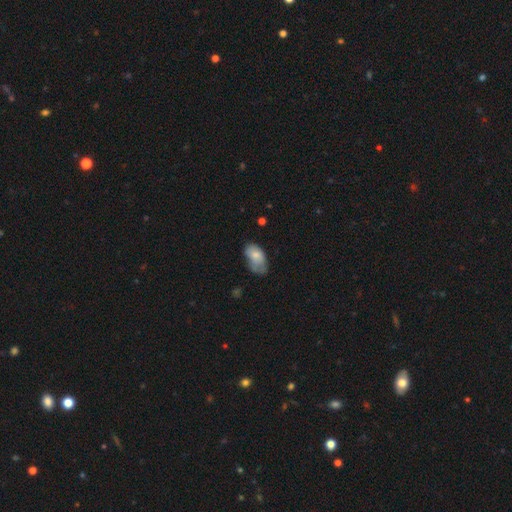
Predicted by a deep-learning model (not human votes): Overall: smooth (75%). How rounded: in between (92%). Merging: minor disturbance (40%; none 38%).